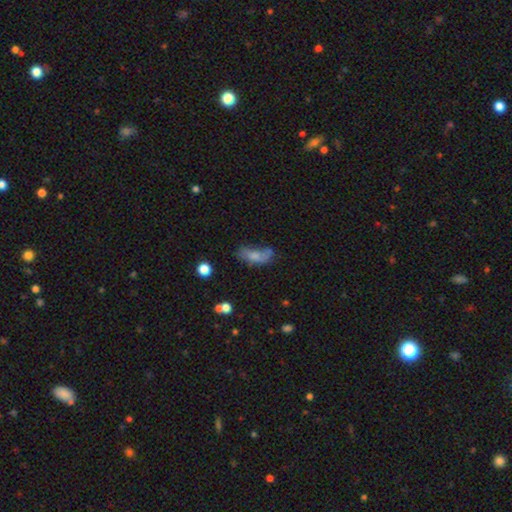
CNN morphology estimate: The model was most divided on "merging": none: 34%, minor disturbance: 28%, major disturbance: 25%, merger: 12%. More confident: how rounded — in between (79%); smooth or featured — smooth (62%).